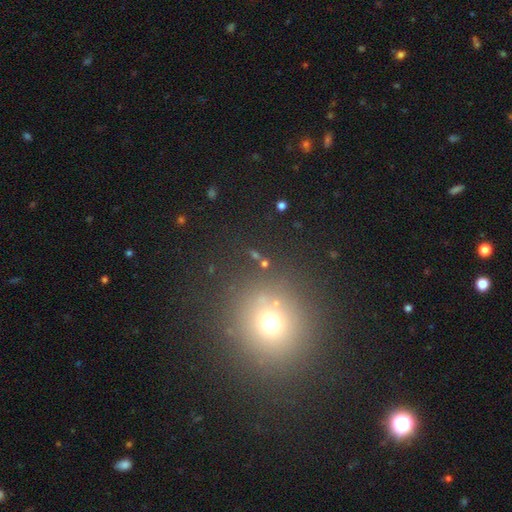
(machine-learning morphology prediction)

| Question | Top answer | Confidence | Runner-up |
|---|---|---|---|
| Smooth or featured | smooth | 54% | star or artifact (35%) |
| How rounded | round | 87% | in between (11%) |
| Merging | none | 82% | minor disturbance (8%) |